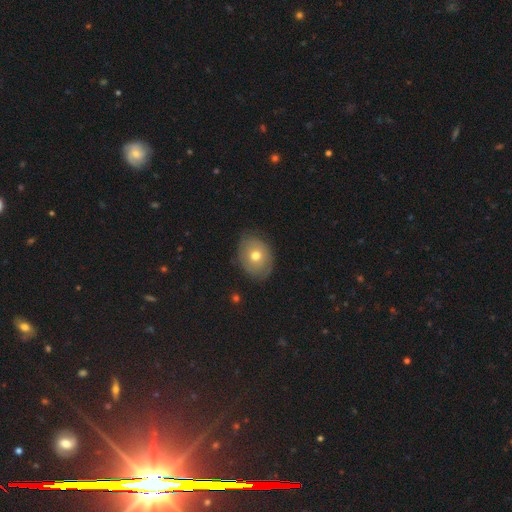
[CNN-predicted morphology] This is likely a smooth galaxy (62%). How rounded: possibly in between (57%). Merging: likely none (74%).